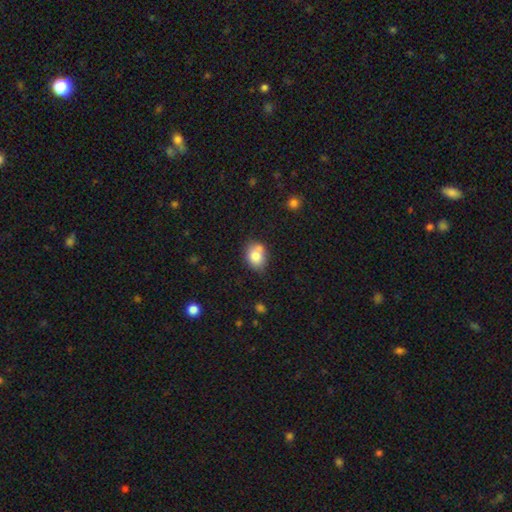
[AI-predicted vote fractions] Overall: smooth (80%). How rounded: in between (57%; round 42%). Merging: none (55%; minor disturbance 23%).